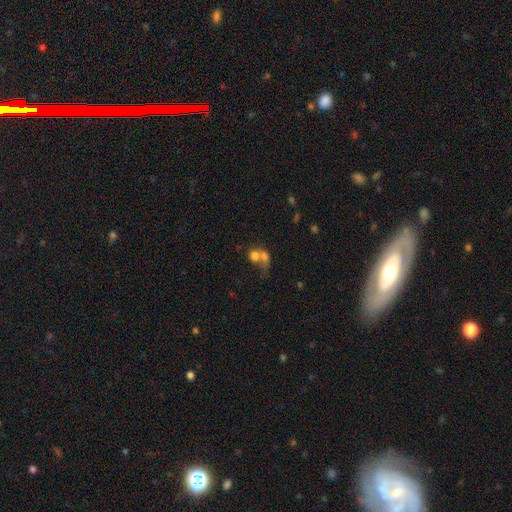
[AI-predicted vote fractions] Smooth or featured?
  - smooth: 66% *
  - featured or disk: 22%
  - star or artifact: 11%
How rounded?
  - round: 58% *
  - in between: 40%
  - cigar-shaped: 2%
Merging?
  - merger: 68% *
  - none: 16%
  - major disturbance: 9%
  - minor disturbance: 6%